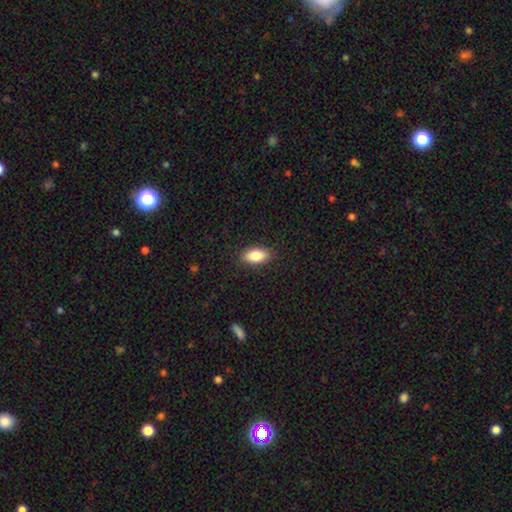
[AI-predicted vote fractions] This appears to be a smooth galaxy with no disk features (84%) that is in between round and cigar-shaped (89%). Merging: none (87%).